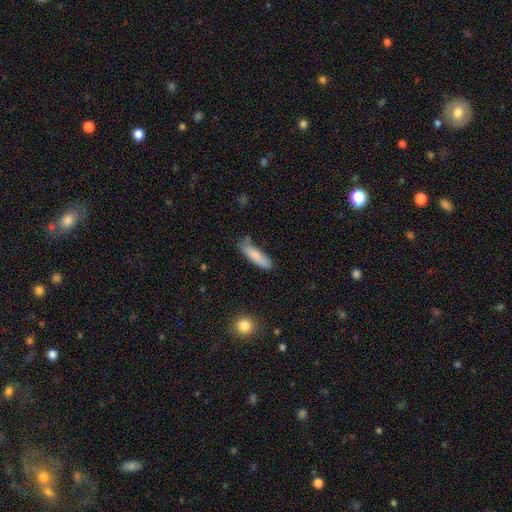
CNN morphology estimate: This is clearly a smooth galaxy (82%). How rounded: likely cigar-shaped (65%). Merging: likely none (67%).